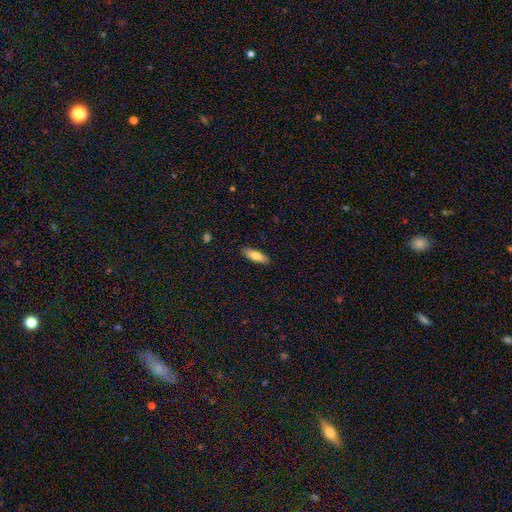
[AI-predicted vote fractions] Q: Smooth or featured?
A: smooth (78%); runner-up: featured or disk (16%)
Q: How rounded?
A: in between (50%); runner-up: cigar-shaped (49%)
Q: Merging?
A: none (88%); runner-up: minor disturbance (9%)